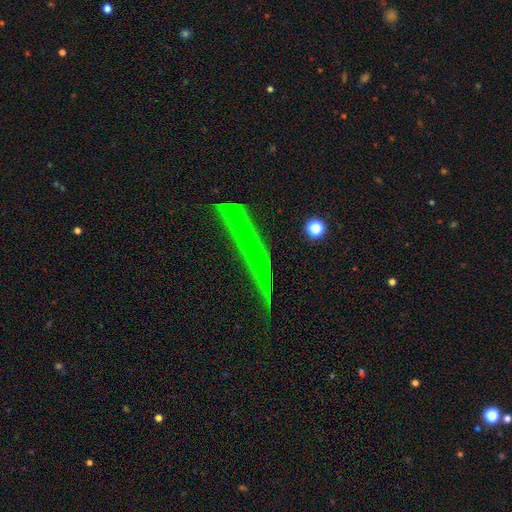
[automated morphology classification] Smooth or featured? Predicted: featured or disk (p=0.57). Edge-on disk? Predicted: yes (p=0.91). Edge-on bulge? Predicted: none (p=0.83). Merging? Predicted: none (p=0.73).